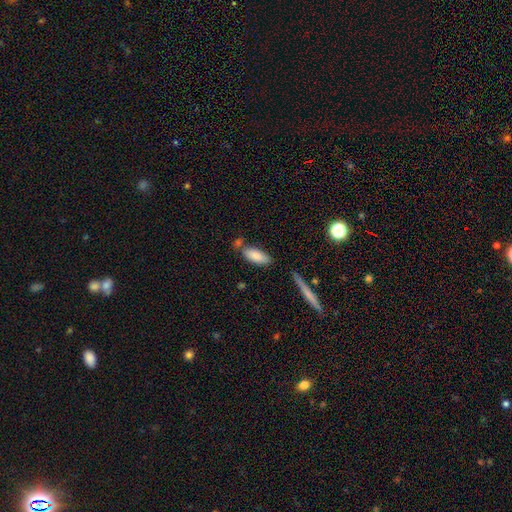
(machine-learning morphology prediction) smooth 83%, featured or disk 10%, star or artifact 7%. Down the decision tree: how rounded — in between (79%); merging — none (67%).